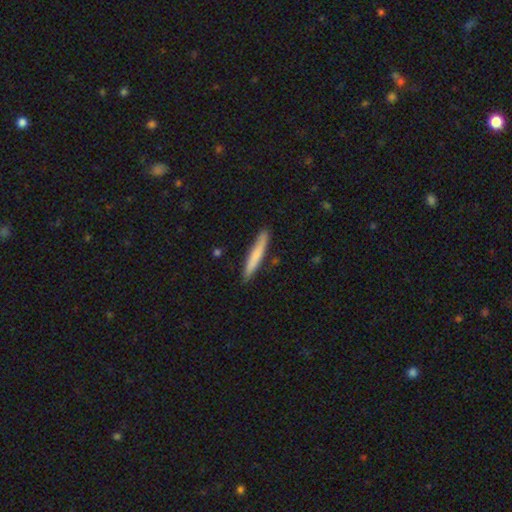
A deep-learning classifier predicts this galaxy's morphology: This appears to be a smooth galaxy with no disk features (71%) that is cigar-shaped (95%). Merging: none (86%).